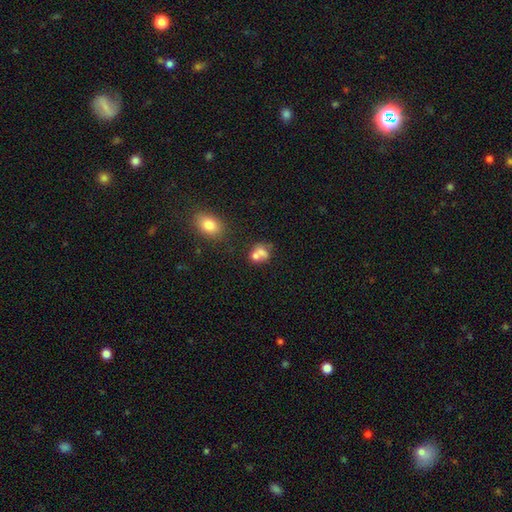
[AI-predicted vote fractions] A smooth galaxy with no disk features (66%) that is round (53%). Merging: merger (51%).